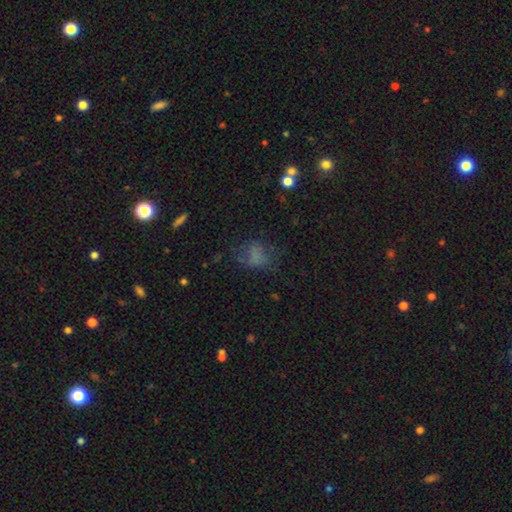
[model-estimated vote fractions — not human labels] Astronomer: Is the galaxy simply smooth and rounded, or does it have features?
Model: smooth — 59%.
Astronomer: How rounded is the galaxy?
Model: in between — 56% (runner-up: round, 42%).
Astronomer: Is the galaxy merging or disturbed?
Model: none — 50%.